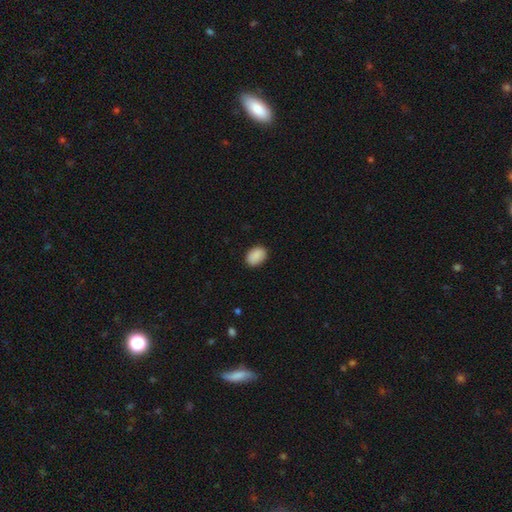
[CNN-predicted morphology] Smooth or featured: smooth — 90% (star or artifact — 7%)
How rounded: in between — 79% (round — 20%)
Merging: none — 88% (minor disturbance — 9%)